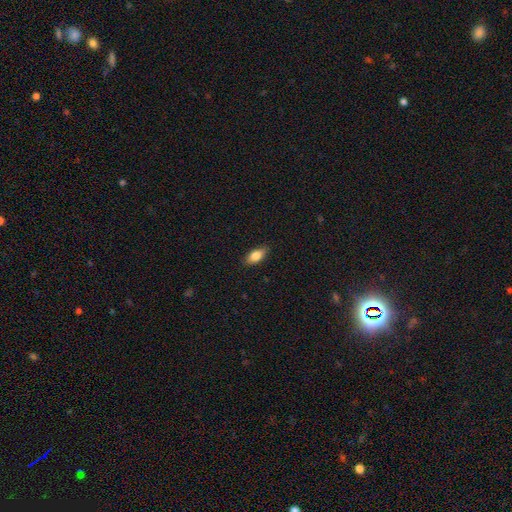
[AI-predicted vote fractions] This is clearly a smooth galaxy (83%). How rounded: clearly in between (87%). Merging: clearly none (86%).